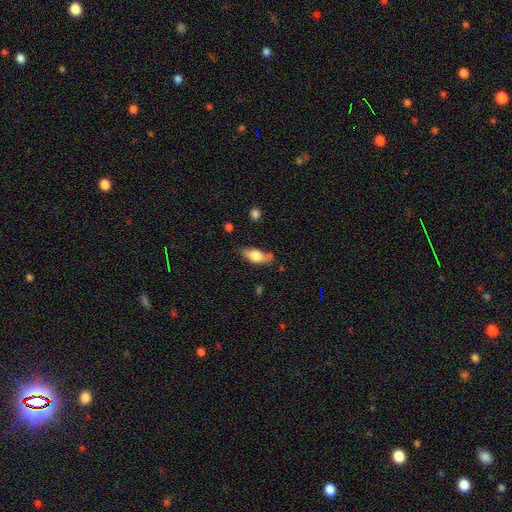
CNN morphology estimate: This is likely a smooth galaxy (72%). How rounded: clearly in between (83%). Merging: likely none (61%).